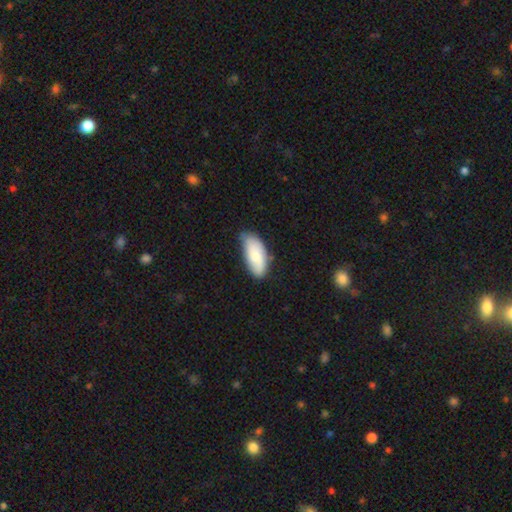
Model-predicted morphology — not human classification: Smooth or featured? smooth (78%)
How rounded? in between (89%)
Merging? none (57%)